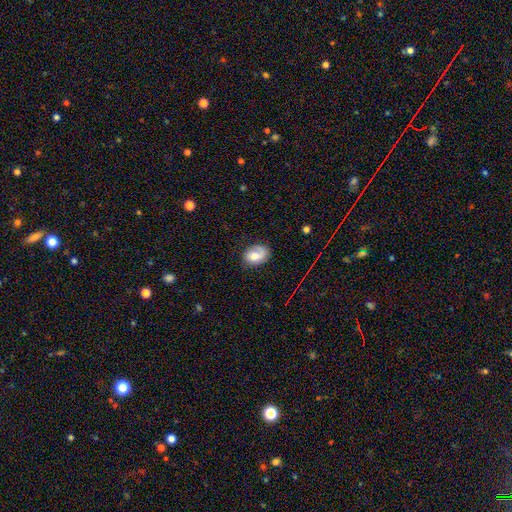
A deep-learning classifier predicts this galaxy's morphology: Smooth or featured? smooth (52%)
How rounded? in between (70%)
Merging? none (65%)